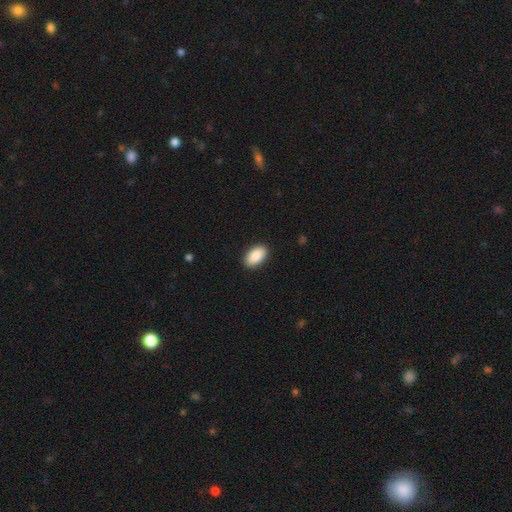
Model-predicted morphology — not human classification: smooth 89%, star or artifact 6%, featured or disk 5%. Down the decision tree: how rounded — in between (94%); merging — none (90%).